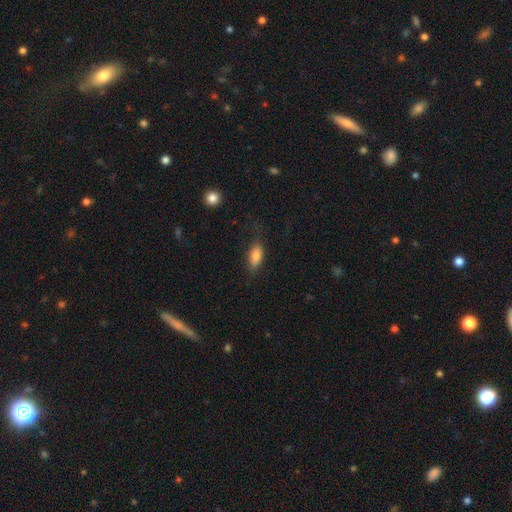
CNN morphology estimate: A smooth galaxy with no disk features (82%) that is in between round and cigar-shaped (84%). Merging: none (69%).